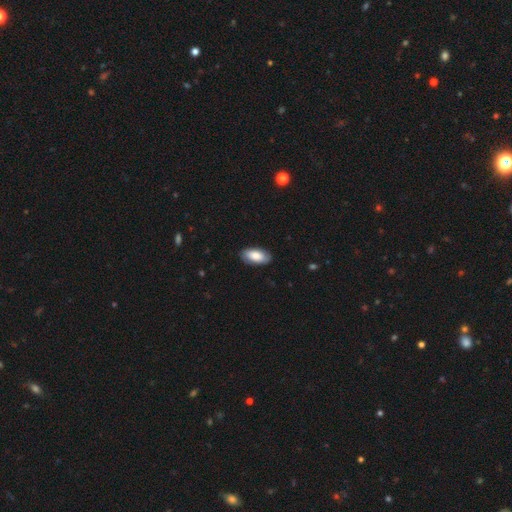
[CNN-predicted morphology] This appears to be a smooth galaxy with no disk features (78%) that is in between round and cigar-shaped (94%). Merging: none (86%).